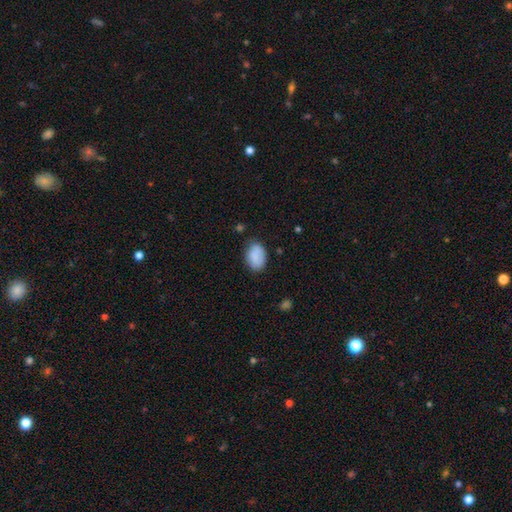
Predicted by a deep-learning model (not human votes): A smooth galaxy with no disk features (84%) that is in between round and cigar-shaped (85%).

Vote fractions:
- Smooth or featured? smooth: 84% / featured or disk: 8% / star or artifact: 7%
- How rounded? in between: 85% / round: 14% / cigar-shaped: 1%
- Merging? none: 73% / minor disturbance: 20% / major disturbance: 4% / merger: 2%